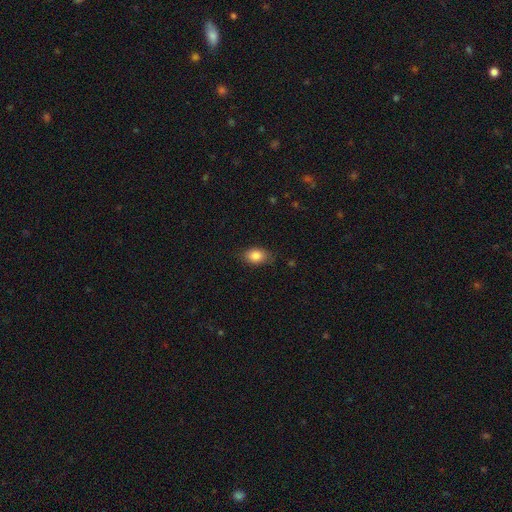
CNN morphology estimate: This is clearly a smooth galaxy (84%). How rounded: clearly in between (81%). Merging: clearly none (80%).